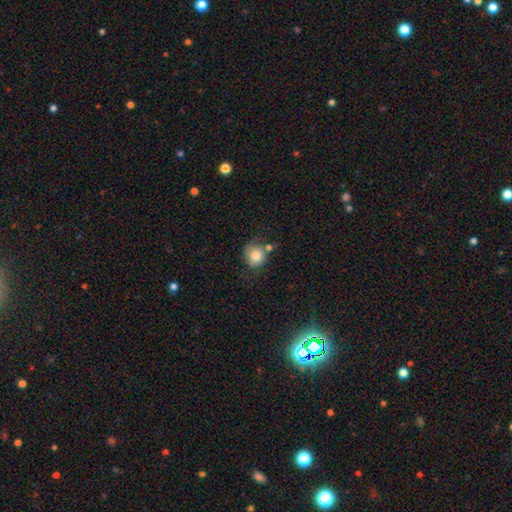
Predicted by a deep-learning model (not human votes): smooth_or_featured: smooth (p=0.80) [alt: featured or disk p=0.11]
how_rounded: round (p=0.81) [alt: in between p=0.18]
merging: none (p=0.56) [alt: minor disturbance p=0.21]